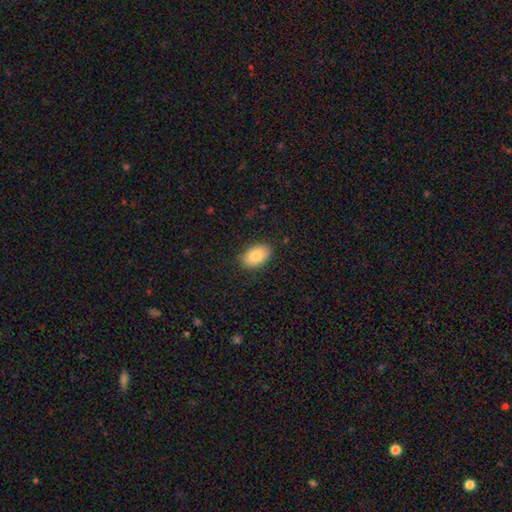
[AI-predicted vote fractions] This is clearly a smooth galaxy (84%). How rounded: clearly in between (90%). Merging: clearly none (87%).